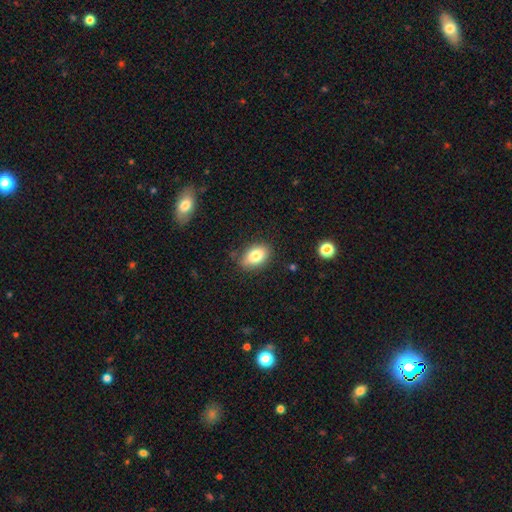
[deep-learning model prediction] A smooth galaxy with no disk features (81%) that is in between round and cigar-shaped (86%). Merging: none (81%).